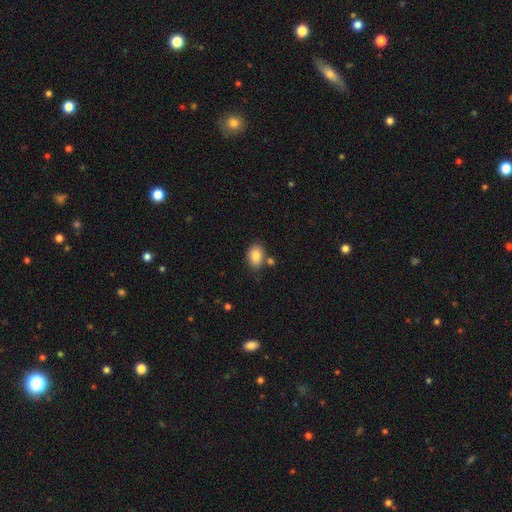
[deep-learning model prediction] This is clearly a smooth galaxy (86%). How rounded: likely in between (79%). Merging: likely none (74%).